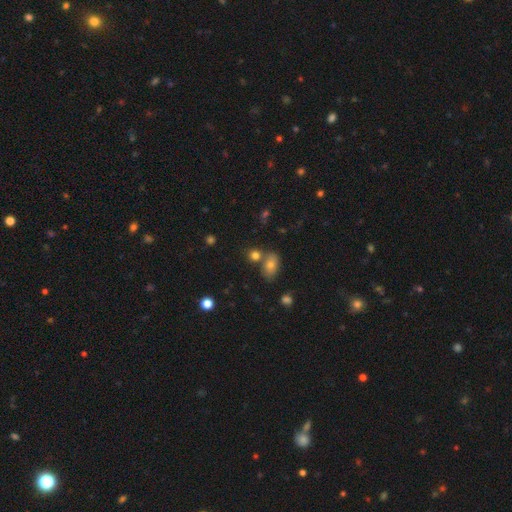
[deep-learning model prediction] smooth-or-featured: smooth: 78% | star or artifact: 14% | featured or disk: 8%
  how-rounded: round: 64% | in between: 34% | cigar-shaped: 2%
  merging: none: 60% | merger: 27% | minor disturbance: 10% | major disturbance: 3%